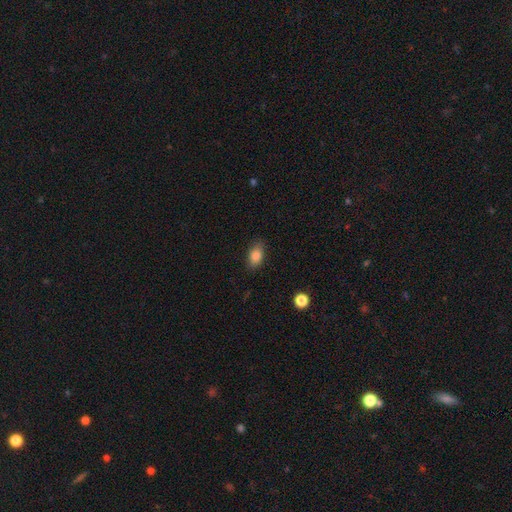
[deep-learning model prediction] The model was most divided on "merging": none: 83%, minor disturbance: 13%, major disturbance: 3%, merger: 1%. More confident: how rounded — in between (87%); smooth or featured — smooth (86%).